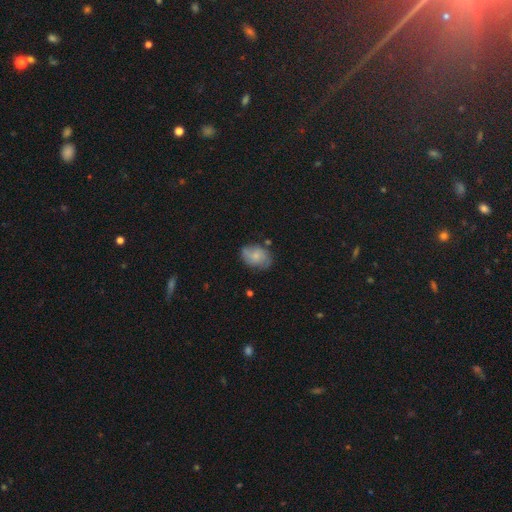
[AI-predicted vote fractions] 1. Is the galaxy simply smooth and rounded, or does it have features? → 57% smooth, 35% featured or disk, 8% star or artifact.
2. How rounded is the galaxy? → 71% in between, 28% round, 1% cigar-shaped.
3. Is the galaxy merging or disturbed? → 65% none, 24% minor disturbance, 7% major disturbance, 4% merger.